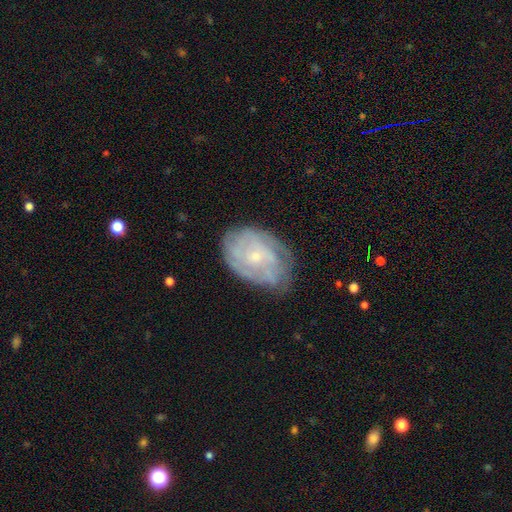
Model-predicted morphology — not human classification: Smooth or featured? Predicted: featured or disk (p=0.71). Edge-on disk? Predicted: no (p=0.96). Bar? Predicted: no (p=0.73). Spiral arms? Predicted: yes (p=0.85). Spiral winding? Predicted: tight (p=0.65). Spiral arm count? Predicted: can't tell (p=0.52). Bulge size? Predicted: small (p=0.72). Merging? Predicted: none (p=0.69).